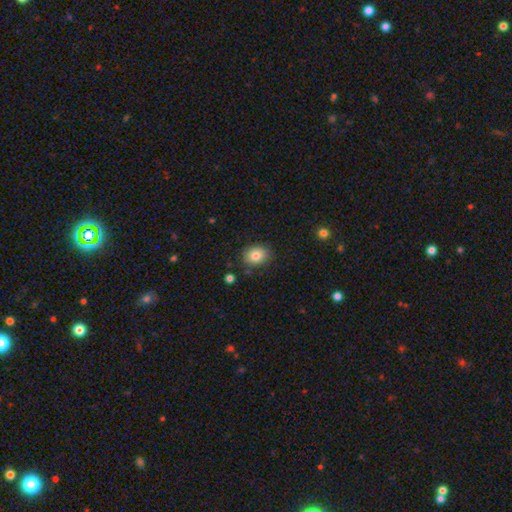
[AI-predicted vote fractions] Smooth or featured: smooth — 81% (featured or disk — 9%)
How rounded: in between — 50% (round — 49%)
Merging: none — 83% (minor disturbance — 12%)